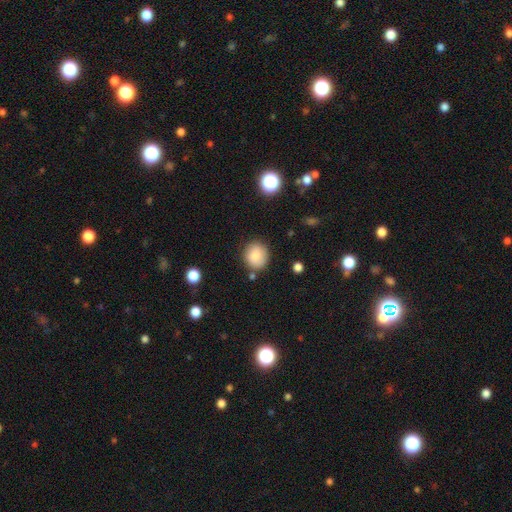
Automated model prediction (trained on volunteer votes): Smooth or featured: smooth — 80% (featured or disk — 10%)
How rounded: round — 81% (in between — 18%)
Merging: none — 79% (minor disturbance — 13%)